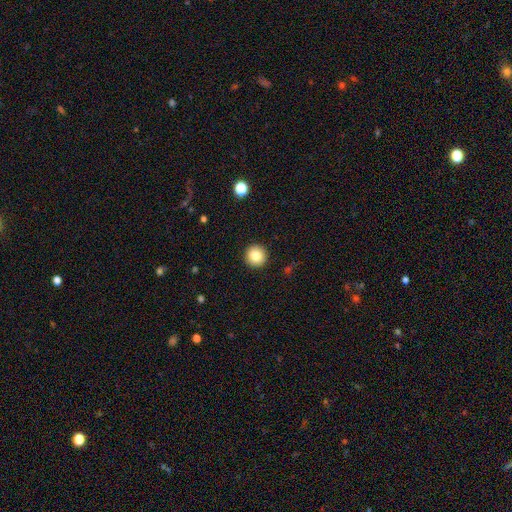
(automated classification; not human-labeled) Overall: smooth (84%). How rounded: round (96%). Merging: none (93%).